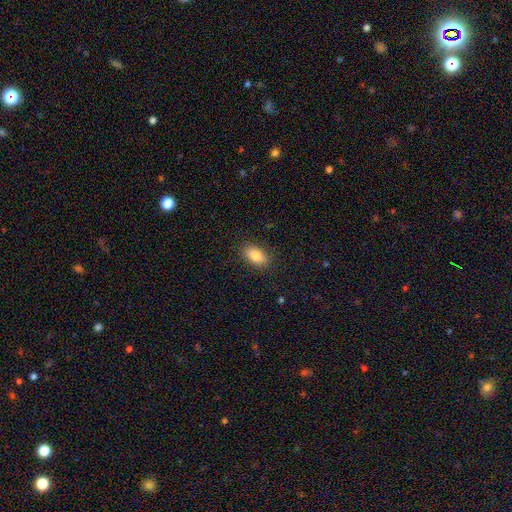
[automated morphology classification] smooth-or-featured: smooth: 83% | featured or disk: 10% | star or artifact: 8%
  how-rounded: in between: 90% | round: 6% | cigar-shaped: 4%
  merging: none: 87% | minor disturbance: 10% | major disturbance: 3% | merger: 1%